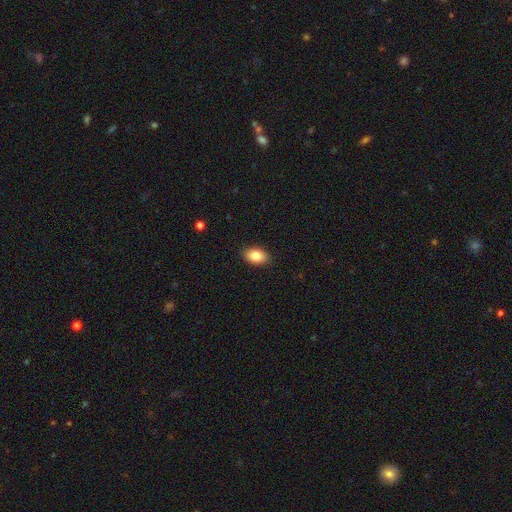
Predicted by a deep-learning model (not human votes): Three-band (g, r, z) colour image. It shows a smooth galaxy with no disk features (84%) that is in between round and cigar-shaped (89%). Merging: none (89%).